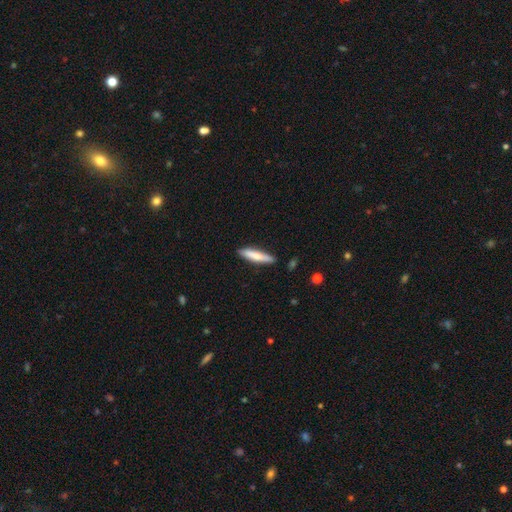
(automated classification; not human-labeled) A smooth galaxy with no disk features (71%) that is cigar-shaped (84%). Merging: none (86%).